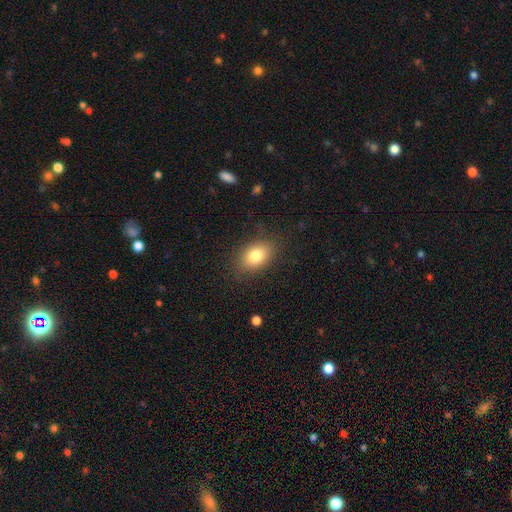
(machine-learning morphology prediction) A smooth galaxy with no disk features (80%) that is in between round and cigar-shaped (81%).

Vote fractions:
- Smooth or featured? smooth: 80% / featured or disk: 11% / star or artifact: 9%
- How rounded? in between: 81% / round: 17% / cigar-shaped: 2%
- Merging? none: 82% / minor disturbance: 13% / major disturbance: 4% / merger: 1%